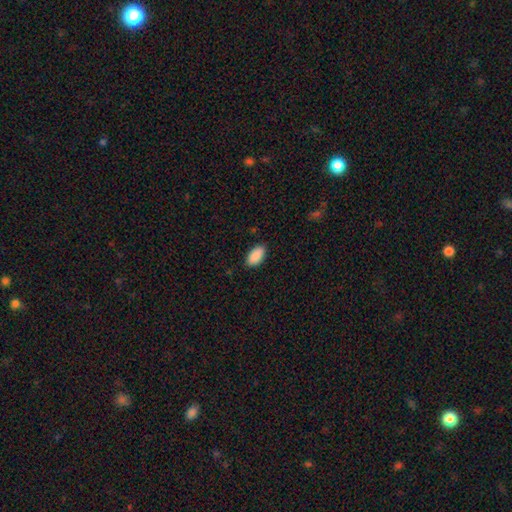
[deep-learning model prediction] A smooth galaxy with no disk features (90%) that is in between round and cigar-shaped (95%).

Vote fractions:
- Smooth or featured? smooth: 90% / star or artifact: 7% / featured or disk: 3%
- How rounded? in between: 95% / cigar-shaped: 3% / round: 3%
- Merging? none: 88% / minor disturbance: 9% / major disturbance: 2% / merger: 1%